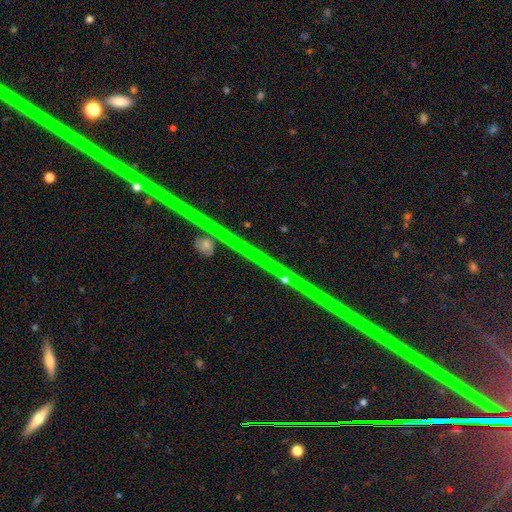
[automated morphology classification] This appears to be a star or artifact, not a galaxy (88%).